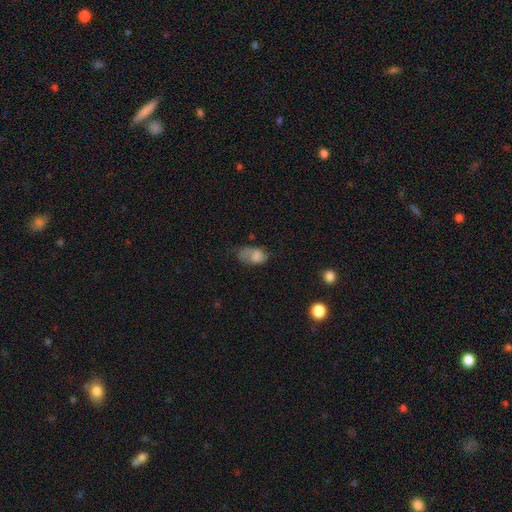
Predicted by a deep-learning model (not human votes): A smooth galaxy with no disk features (71%) that is in between round and cigar-shaped (87%). Merging: major disturbance (34%).